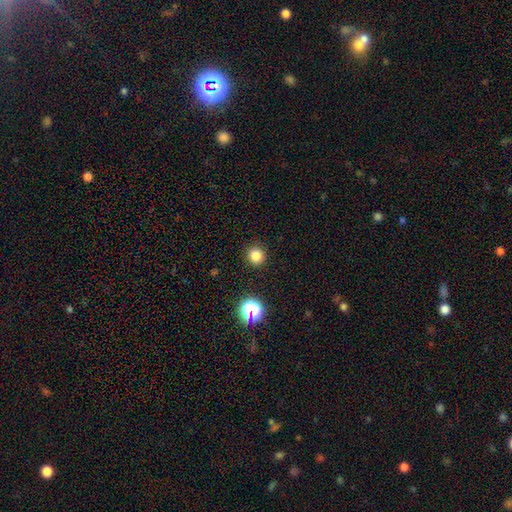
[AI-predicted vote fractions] Q: Smooth or featured?
A: smooth (79%); runner-up: star or artifact (16%)
Q: How rounded?
A: round (91%); runner-up: in between (8%)
Q: Merging?
A: none (90%); runner-up: minor disturbance (6%)